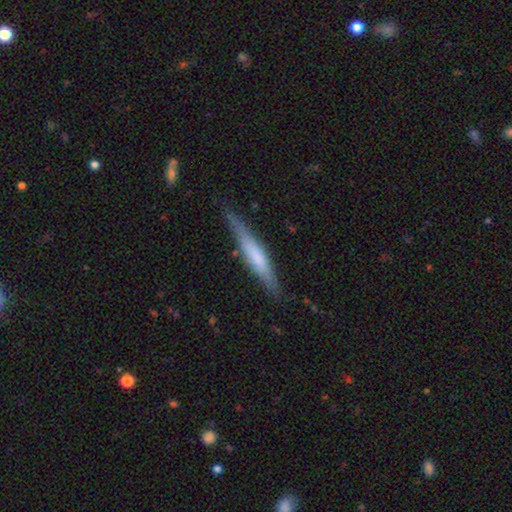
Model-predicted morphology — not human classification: A featured or disk galaxy (52%) viewed edge-on (95%). Merging: none (82%).